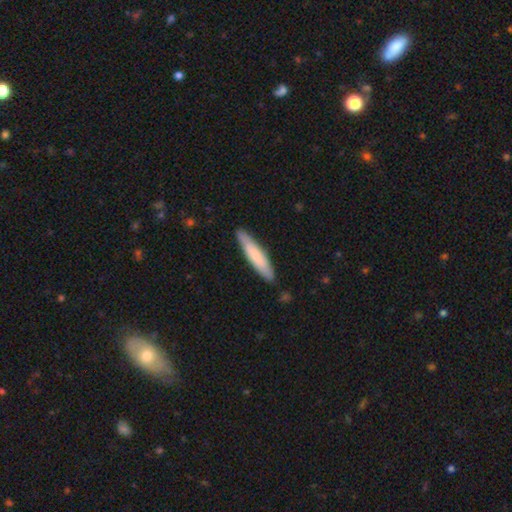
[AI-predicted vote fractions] This appears to be a smooth galaxy with no disk features (67%) that is cigar-shaped (87%). Merging: none (87%).